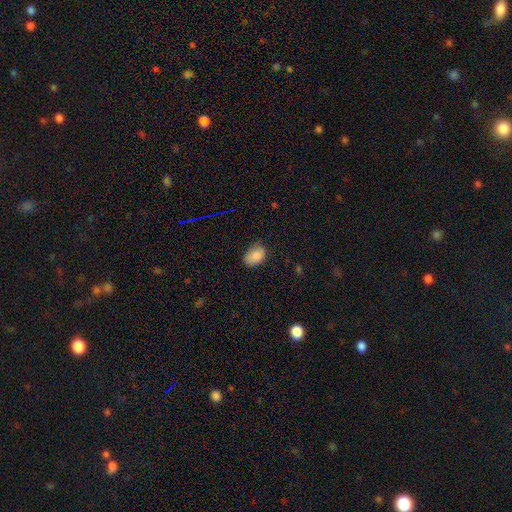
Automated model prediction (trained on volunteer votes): Morphology: type=smooth (85%); roundness=in between (82%); merging=none (69%).